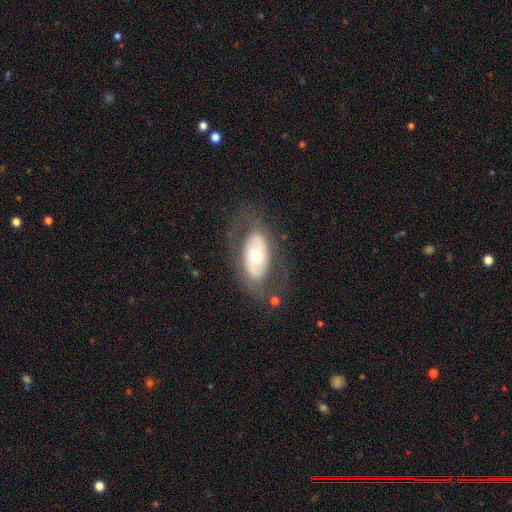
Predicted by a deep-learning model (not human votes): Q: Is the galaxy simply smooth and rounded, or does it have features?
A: featured or disk — 56%.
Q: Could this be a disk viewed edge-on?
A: no — 89%.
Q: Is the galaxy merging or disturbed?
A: none — 71%.